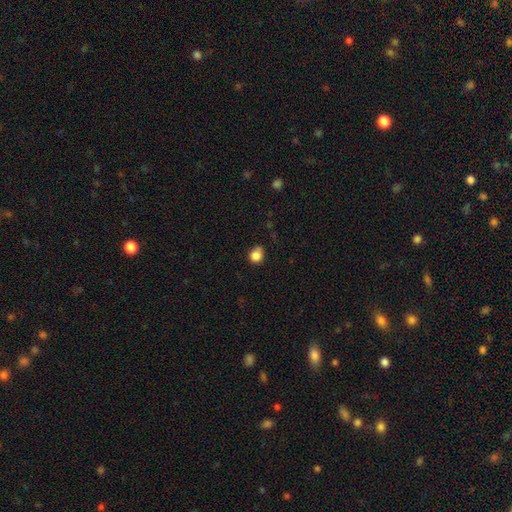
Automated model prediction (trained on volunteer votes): smooth 84%, star or artifact 11%, featured or disk 5%. Down the decision tree: how rounded — round (76%); merging — none (69%).